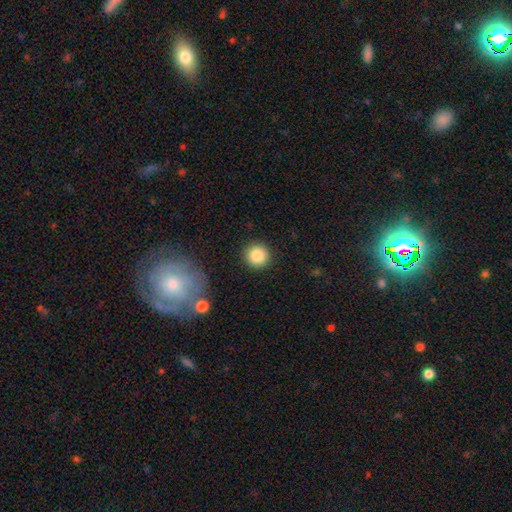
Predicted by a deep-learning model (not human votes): Smooth or featured: smooth — 87% (star or artifact — 9%)
How rounded: round — 95% (in between — 4%)
Merging: none — 90% (minor disturbance — 6%)